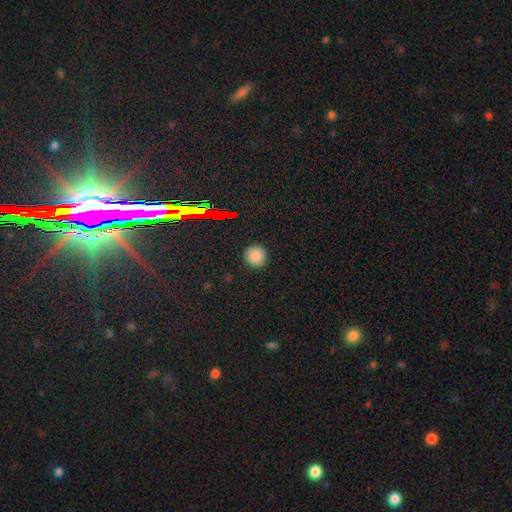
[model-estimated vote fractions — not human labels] The model was most divided on "smooth or featured": smooth: 82%, star or artifact: 14%, featured or disk: 4%. More confident: how rounded — round (93%); merging — none (90%).